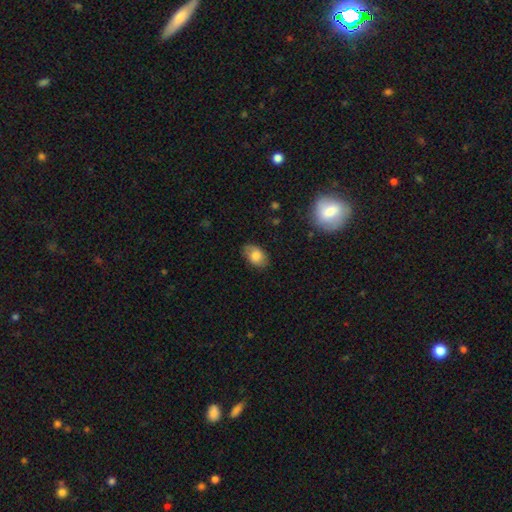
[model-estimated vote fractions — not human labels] Q: Smooth or featured?
A: smooth (81%); runner-up: featured or disk (12%)
Q: How rounded?
A: in between (86%); runner-up: round (13%)
Q: Merging?
A: none (78%); runner-up: minor disturbance (18%)